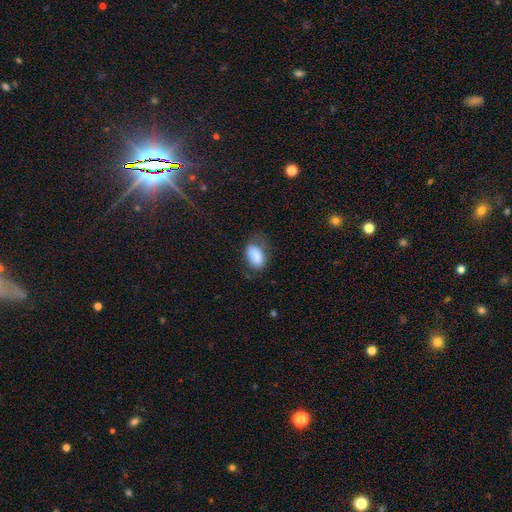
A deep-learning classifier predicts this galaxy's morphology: The model was most divided on "merging": none: 52%, minor disturbance: 30%, major disturbance: 16%, merger: 2%. More confident: how rounded — in between (91%); smooth or featured — smooth (83%).